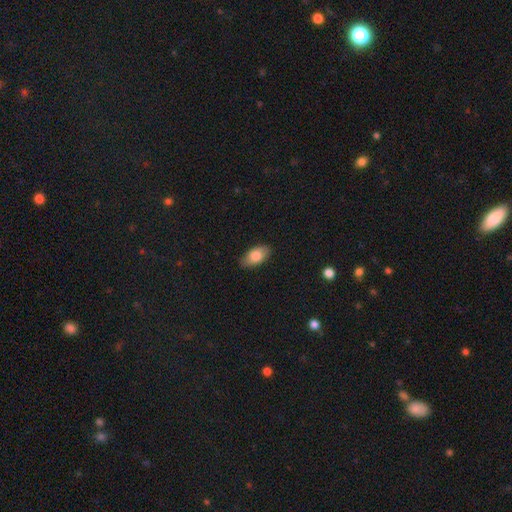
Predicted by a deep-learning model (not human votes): smooth_or_featured: smooth (p=0.83) [alt: featured or disk p=0.11]
how_rounded: in between (p=0.92) [alt: cigar-shaped p=0.04]
merging: none (p=0.85) [alt: minor disturbance p=0.12]